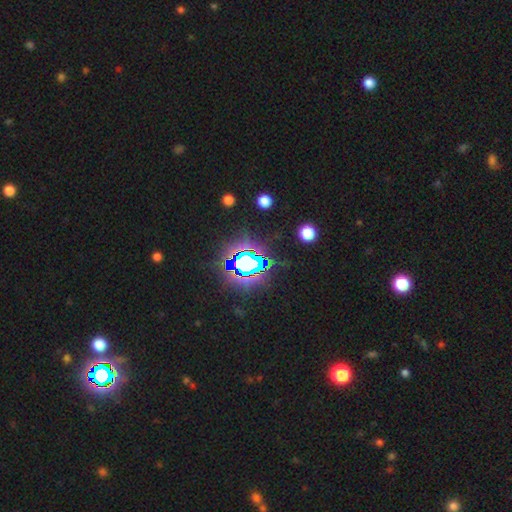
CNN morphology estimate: A star or artifact, not a galaxy (77%).

Vote fractions:
- Smooth or featured? star or artifact: 77% / smooth: 13% / featured or disk: 10%